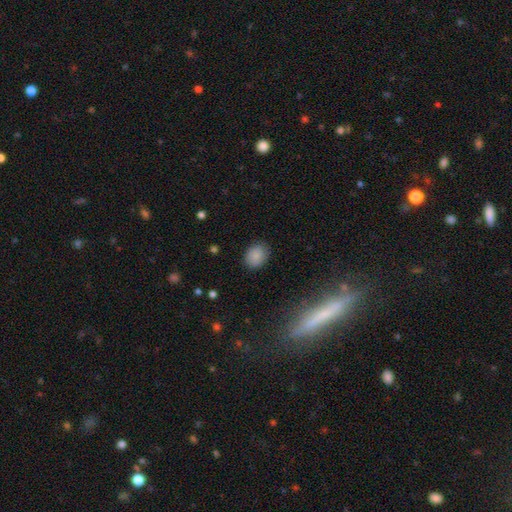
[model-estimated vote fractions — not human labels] Smooth or featured: smooth — 86% (star or artifact — 9%)
How rounded: in between — 54% (round — 45%)
Merging: none — 85% (minor disturbance — 11%)